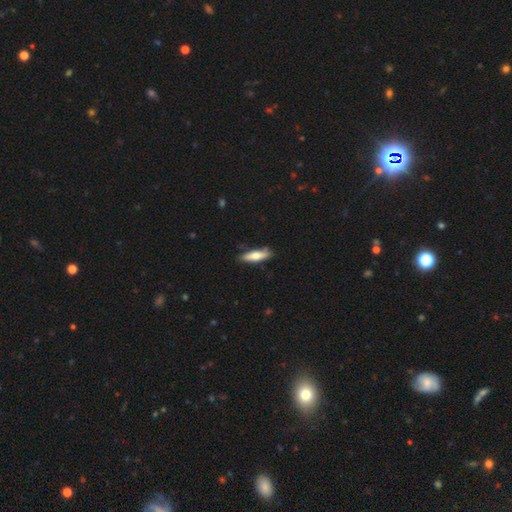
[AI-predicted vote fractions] A smooth galaxy with no disk features (65%) that is cigar-shaped (66%).

Vote fractions:
- Smooth or featured? smooth: 65% / featured or disk: 30% / star or artifact: 5%
- How rounded? cigar-shaped: 66% / in between: 32% / round: 2%
- Merging? none: 81% / minor disturbance: 15% / major disturbance: 2% / merger: 2%